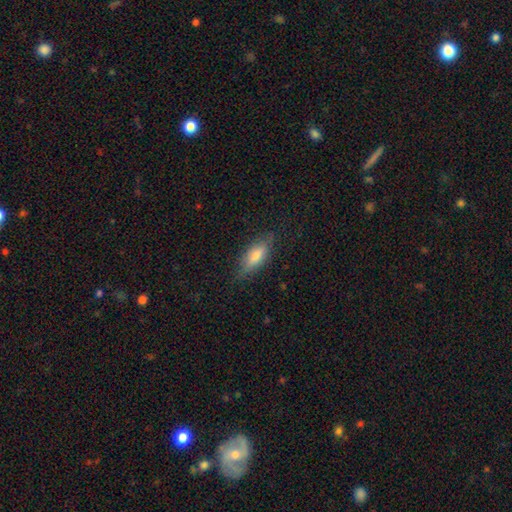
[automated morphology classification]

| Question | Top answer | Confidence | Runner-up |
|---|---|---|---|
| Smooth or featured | smooth | 69% | featured or disk (24%) |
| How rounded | in between | 66% | cigar-shaped (31%) |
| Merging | none | 77% | minor disturbance (17%) |